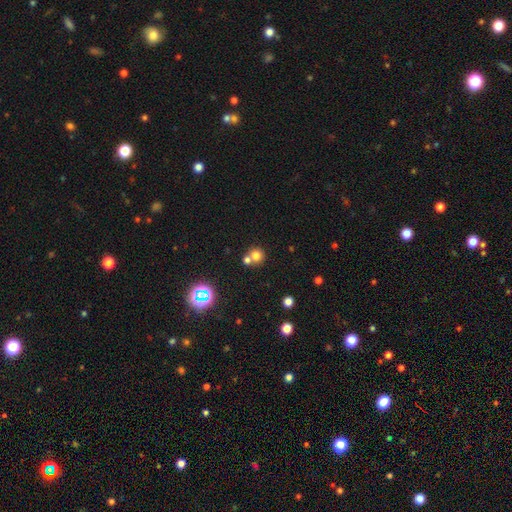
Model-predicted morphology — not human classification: This is likely a smooth galaxy (73%). How rounded: clearly round (89%). Merging: possibly none (51%).